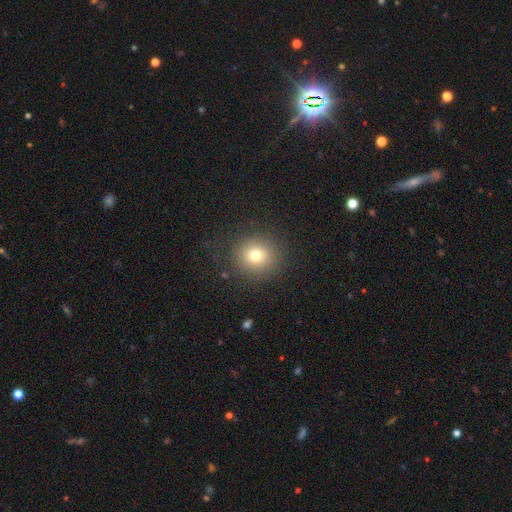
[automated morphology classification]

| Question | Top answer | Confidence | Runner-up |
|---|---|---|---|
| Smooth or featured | smooth | 74% | star or artifact (15%) |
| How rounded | round | 90% | in between (10%) |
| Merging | none | 86% | minor disturbance (8%) |